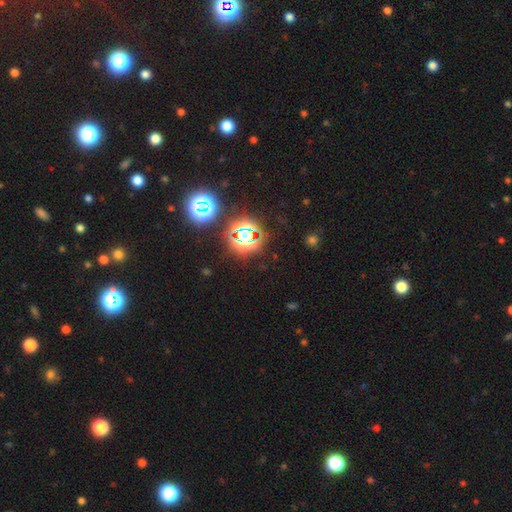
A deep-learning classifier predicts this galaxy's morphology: smooth_or_featured: star or artifact (p=0.70) [alt: smooth p=0.23]